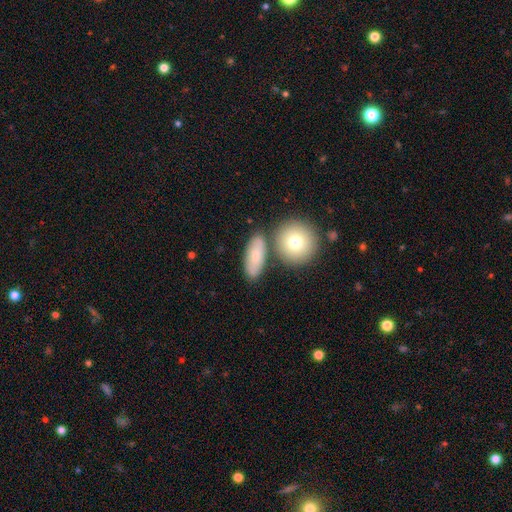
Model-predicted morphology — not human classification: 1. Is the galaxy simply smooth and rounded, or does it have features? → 73% smooth, 21% featured or disk, 7% star or artifact.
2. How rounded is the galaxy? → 70% in between, 19% cigar-shaped, 12% round.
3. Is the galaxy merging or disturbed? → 70% none, 15% merger, 12% minor disturbance, 3% major disturbance.